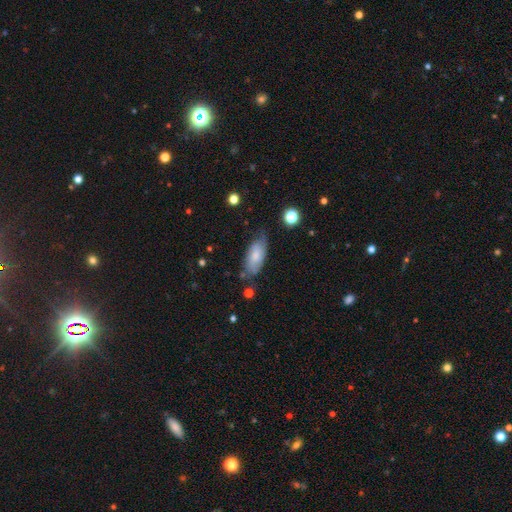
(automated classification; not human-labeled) The model was most divided on "merging": none: 58%, minor disturbance: 30%, major disturbance: 8%, merger: 3%. More confident: how rounded — in between (87%); smooth or featured — smooth (64%).